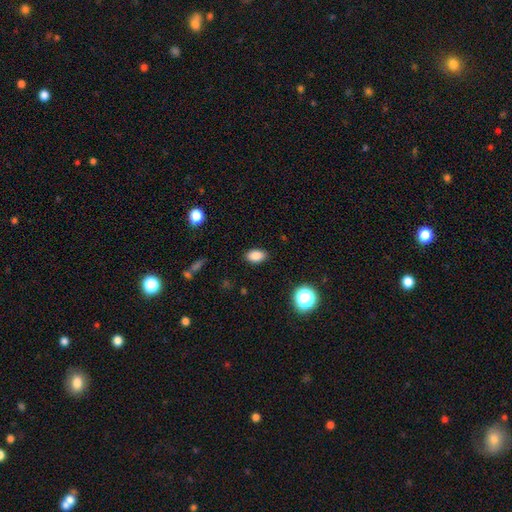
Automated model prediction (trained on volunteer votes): smooth-or-featured: smooth: 85% | star or artifact: 10% | featured or disk: 4%
  how-rounded: in between: 86% | round: 12% | cigar-shaped: 2%
  merging: none: 87% | minor disturbance: 9% | major disturbance: 3% | merger: 1%